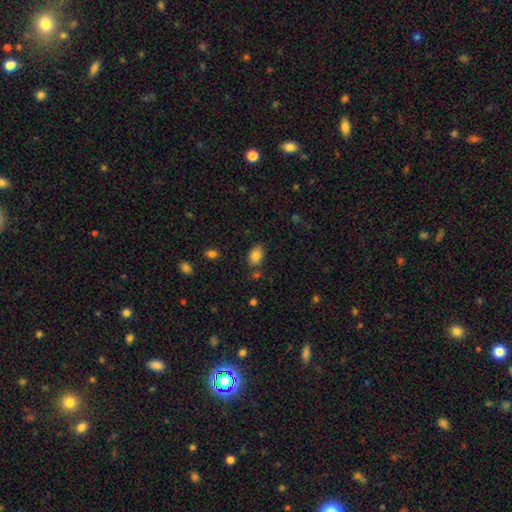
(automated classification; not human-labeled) The model was most divided on "merging": none: 78%, minor disturbance: 13%, merger: 5%, major disturbance: 3%. More confident: how rounded — in between (87%); smooth or featured — smooth (84%).